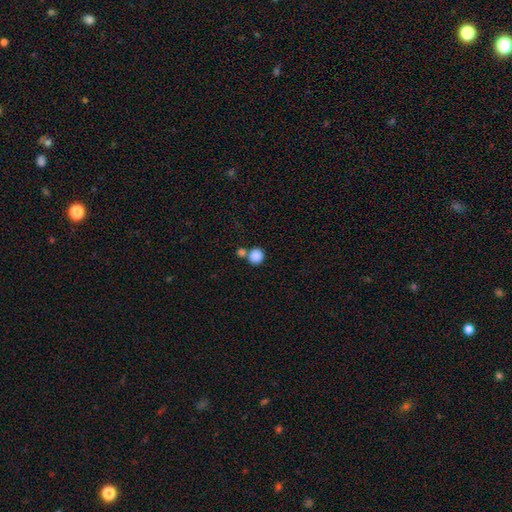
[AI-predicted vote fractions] smooth-or-featured: smooth: 87% | star or artifact: 9% | featured or disk: 5%
  how-rounded: round: 89% | in between: 10% | cigar-shaped: 1%
  merging: none: 56% | merger: 32% | minor disturbance: 9% | major disturbance: 3%